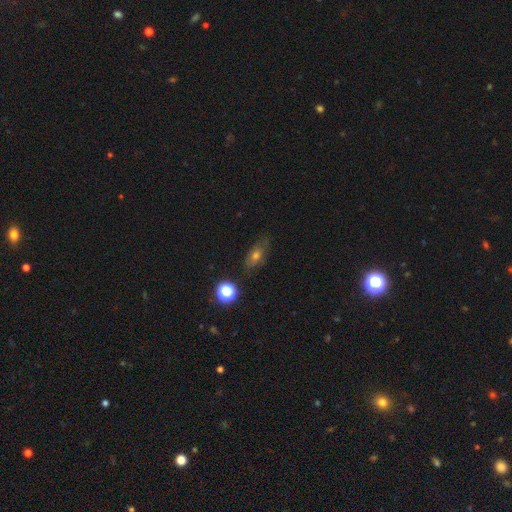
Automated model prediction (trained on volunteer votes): A smooth galaxy with no disk features (54%) that is in between round and cigar-shaped (72%).

Vote fractions:
- Smooth or featured? smooth: 54% / featured or disk: 24% / star or artifact: 22%
- How rounded? in between: 72% / round: 20% / cigar-shaped: 8%
- Merging? none: 71% / minor disturbance: 21% / major disturbance: 6% / merger: 2%